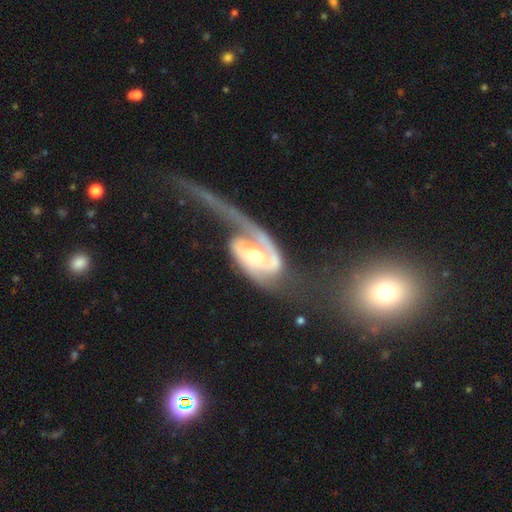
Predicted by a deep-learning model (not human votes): A featured or disk galaxy (86%) with no bar (52%), 1 (45%) loose (46%) spiral arms (93%) and a moderate central bulge (66%). Merging: major disturbance (57%).